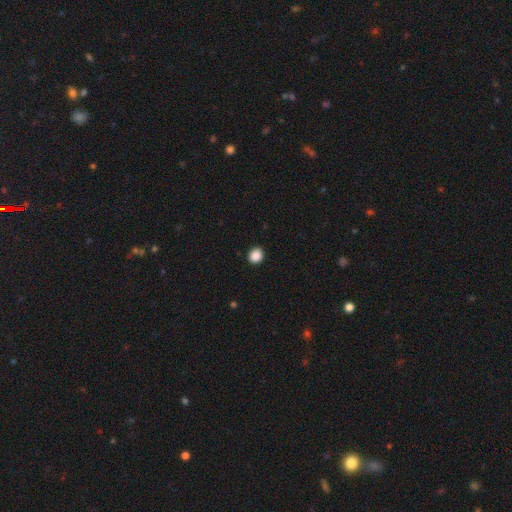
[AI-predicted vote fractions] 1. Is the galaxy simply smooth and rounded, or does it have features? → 88% smooth, 9% star or artifact, 2% featured or disk.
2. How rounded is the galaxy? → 74% round, 25% in between, 1% cigar-shaped.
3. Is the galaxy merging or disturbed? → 92% none, 6% minor disturbance, 2% major disturbance, 1% merger.